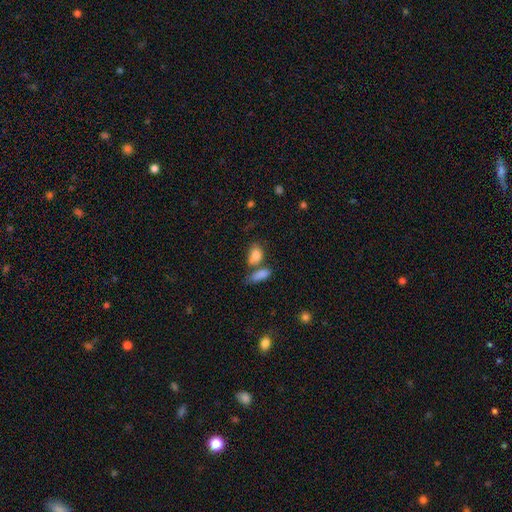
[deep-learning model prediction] Q: Smooth or featured?
A: smooth (83%); runner-up: featured or disk (9%)
Q: How rounded?
A: in between (81%); runner-up: round (15%)
Q: Merging?
A: none (42%); runner-up: merger (37%)